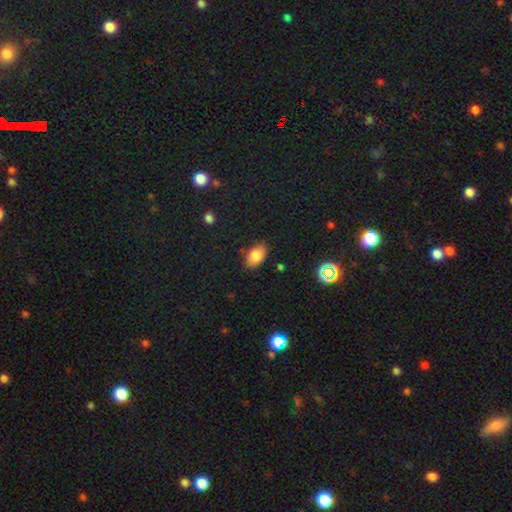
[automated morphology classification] smooth-or-featured: smooth: 83% | star or artifact: 10% | featured or disk: 8%
  how-rounded: in between: 90% | round: 9% | cigar-shaped: 2%
  merging: none: 83% | minor disturbance: 13% | major disturbance: 3% | merger: 2%